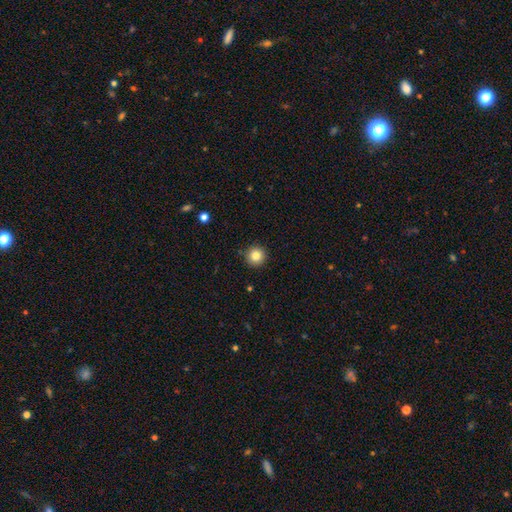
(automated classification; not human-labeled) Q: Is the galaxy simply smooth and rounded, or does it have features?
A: smooth — 84%.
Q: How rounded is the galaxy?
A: round — 95%.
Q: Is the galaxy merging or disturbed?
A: none — 91%.